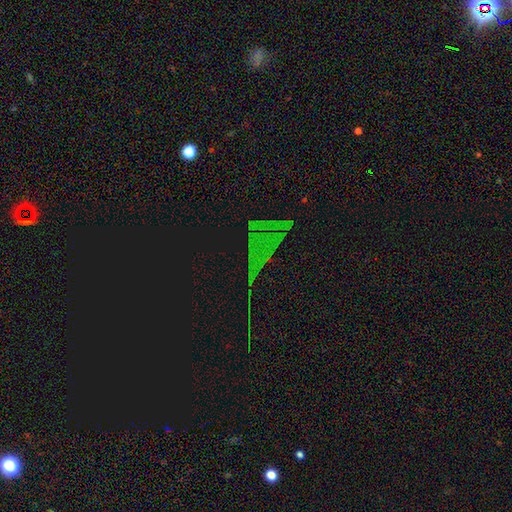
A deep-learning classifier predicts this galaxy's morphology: Overall: star or artifact (70%).